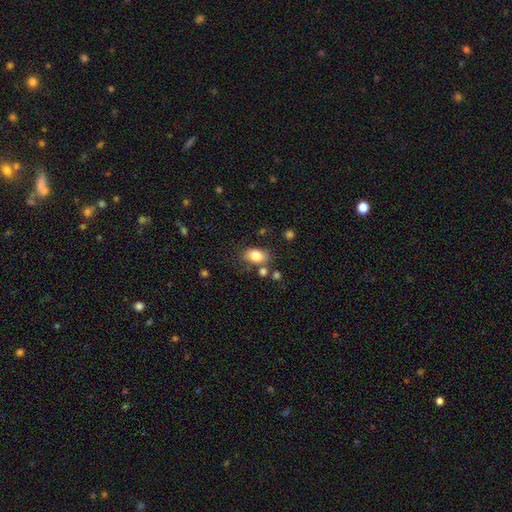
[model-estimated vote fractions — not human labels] The model was most divided on "merging": none: 70%, minor disturbance: 16%, merger: 10%, major disturbance: 5%. More confident: how rounded — in between (84%); smooth or featured — smooth (81%).